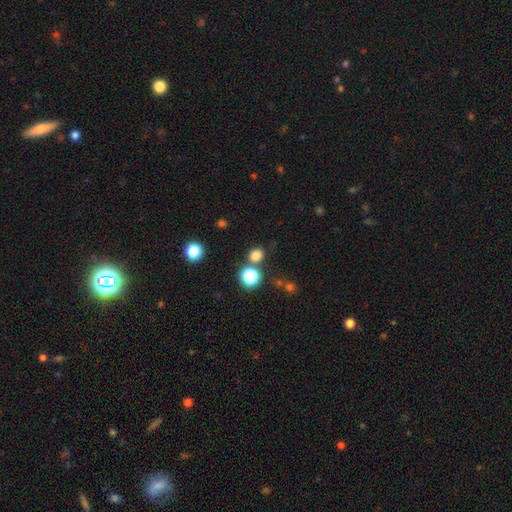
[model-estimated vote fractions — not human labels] This is likely a smooth galaxy (77%). How rounded: clearly round (83%). Merging: likely none (77%).